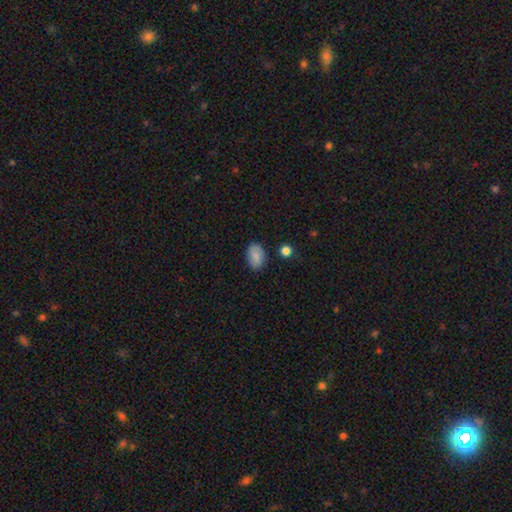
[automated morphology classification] This is clearly a smooth galaxy (84%). How rounded: clearly in between (84%). Merging: clearly none (82%).